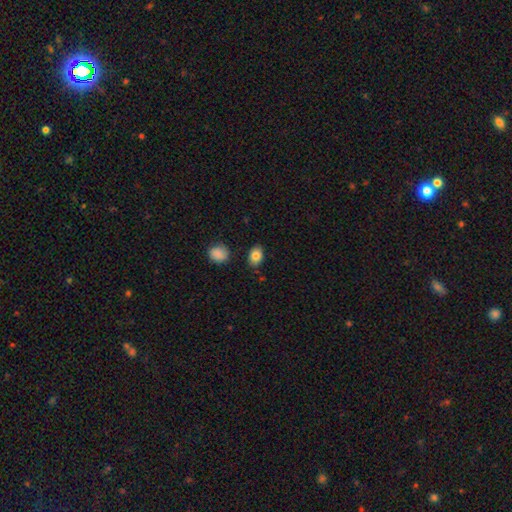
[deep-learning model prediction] Morphology: type=smooth (85%); roundness=in between (79%); merging=none (83%).